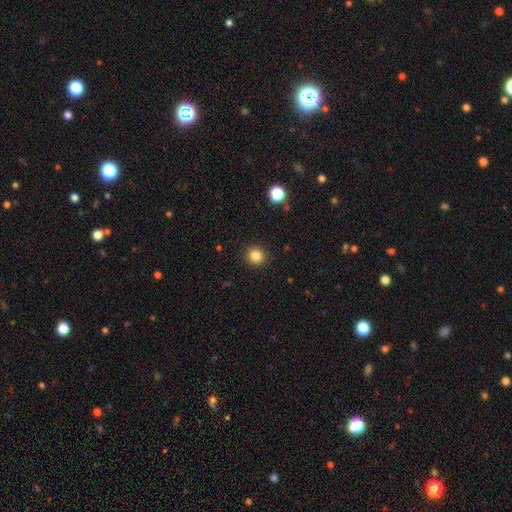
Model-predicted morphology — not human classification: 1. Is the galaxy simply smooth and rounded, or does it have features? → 83% smooth, 12% star or artifact, 5% featured or disk.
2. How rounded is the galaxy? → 91% round, 8% in between, 1% cigar-shaped.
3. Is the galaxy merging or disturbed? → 92% none, 5% minor disturbance, 2% major disturbance, 1% merger.